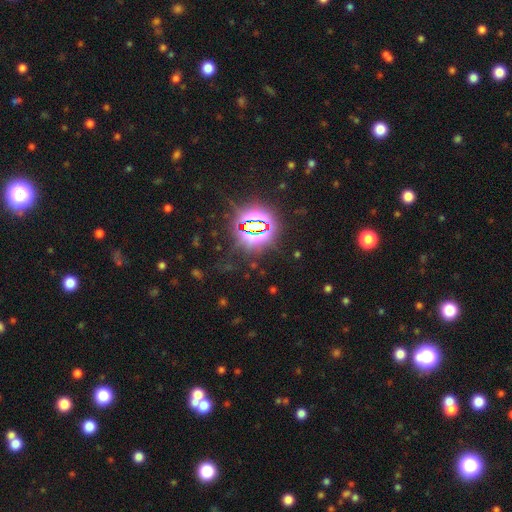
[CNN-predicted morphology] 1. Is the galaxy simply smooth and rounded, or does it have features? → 83% star or artifact, 11% smooth, 6% featured or disk.